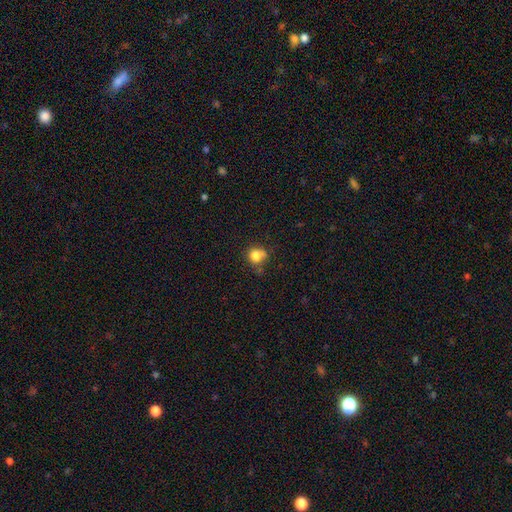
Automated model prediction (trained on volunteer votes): This appears to be a smooth galaxy with no disk features (80%) that is round (78%). Merging: none (52%).